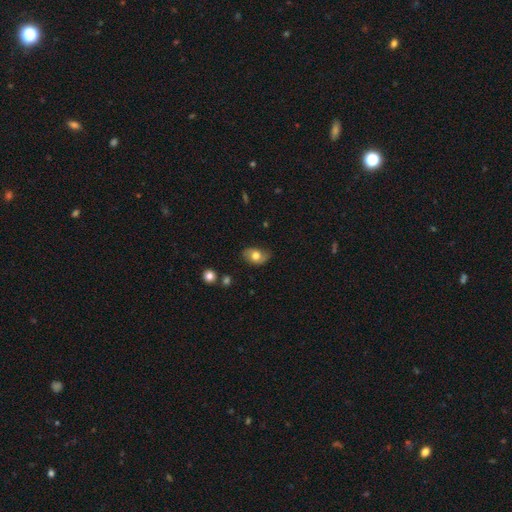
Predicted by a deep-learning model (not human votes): smooth_or_featured: smooth (p=0.70) [alt: featured or disk p=0.22]
how_rounded: in between (p=0.78) [alt: round p=0.20]
merging: none (p=0.68) [alt: minor disturbance p=0.25]